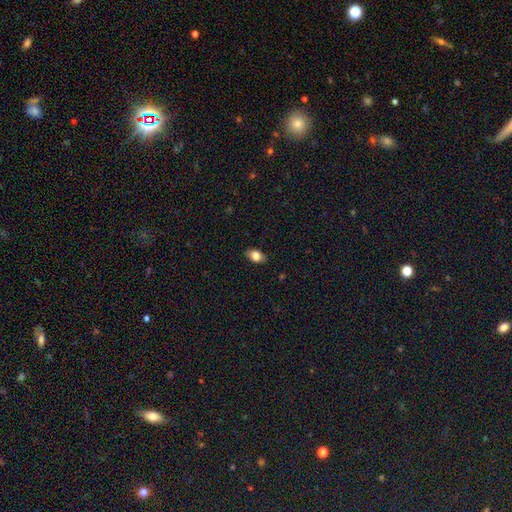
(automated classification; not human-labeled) smooth_or_featured: smooth (p=0.82) [alt: featured or disk p=0.10]
how_rounded: in between (p=0.88) [alt: round p=0.10]
merging: none (p=0.86) [alt: minor disturbance p=0.11]